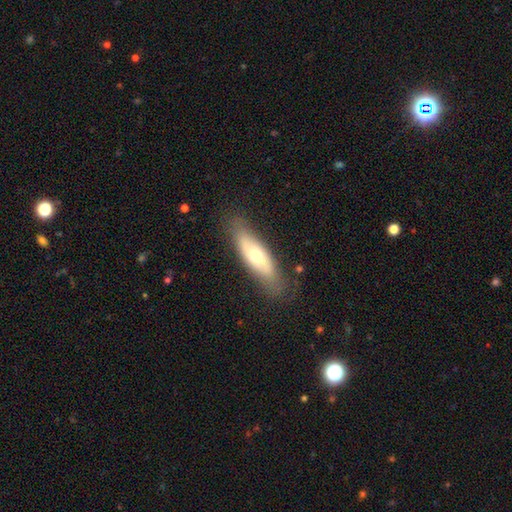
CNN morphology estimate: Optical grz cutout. It shows a smooth galaxy with no disk features (51%) that is in between round and cigar-shaped (53%). Merging: none (77%).